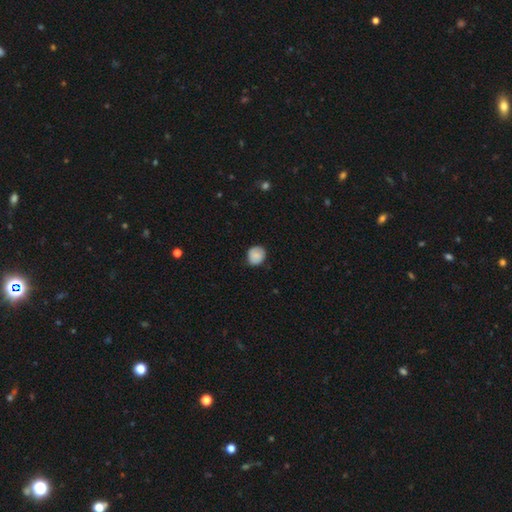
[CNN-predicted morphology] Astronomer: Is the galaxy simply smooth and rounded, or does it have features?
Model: smooth — 74%.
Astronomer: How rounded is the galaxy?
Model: round — 77%.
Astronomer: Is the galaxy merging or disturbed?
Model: none — 81%.